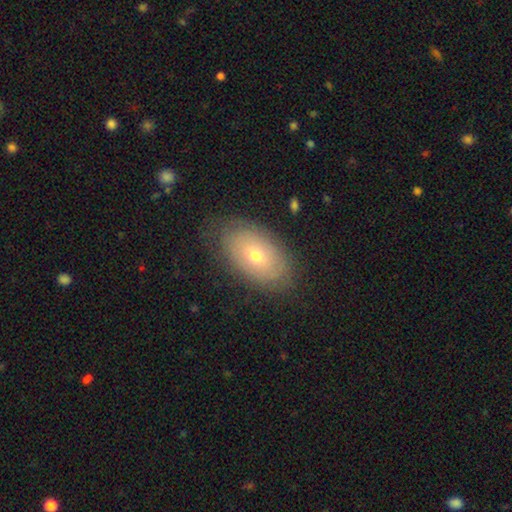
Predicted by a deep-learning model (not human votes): smooth_or_featured: smooth (p=0.57) [alt: featured or disk p=0.35]
how_rounded: in between (p=0.90) [alt: round p=0.08]
merging: none (p=0.79) [alt: minor disturbance p=0.15]